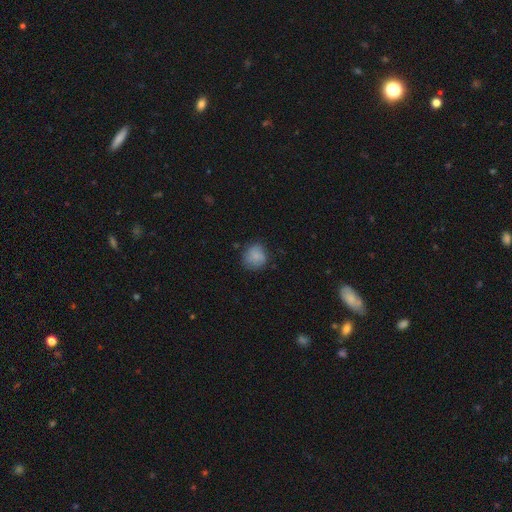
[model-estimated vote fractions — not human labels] Q: Smooth or featured?
A: smooth (82%); runner-up: featured or disk (9%)
Q: How rounded?
A: round (84%); runner-up: in between (15%)
Q: Merging?
A: none (73%); runner-up: minor disturbance (20%)